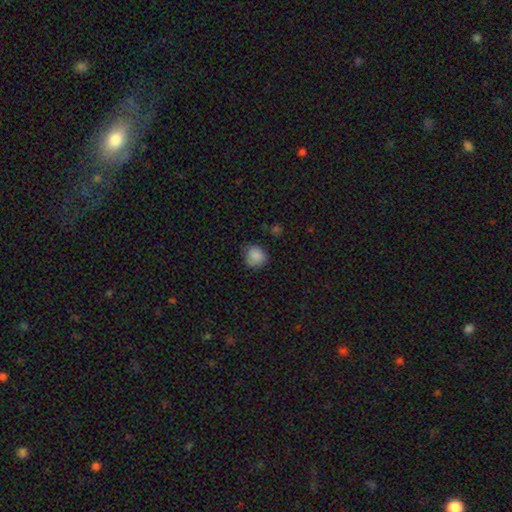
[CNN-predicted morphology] Q: Smooth or featured?
A: smooth (86%); runner-up: star or artifact (10%)
Q: How rounded?
A: round (80%); runner-up: in between (19%)
Q: Merging?
A: none (74%); runner-up: minor disturbance (20%)